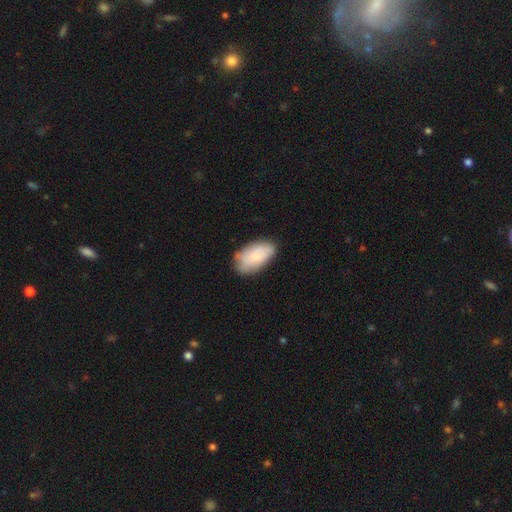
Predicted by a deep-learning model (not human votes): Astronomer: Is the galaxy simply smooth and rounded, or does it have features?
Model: smooth — 69%.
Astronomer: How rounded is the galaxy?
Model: in between — 94%.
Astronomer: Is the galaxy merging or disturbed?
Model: none — 70%.